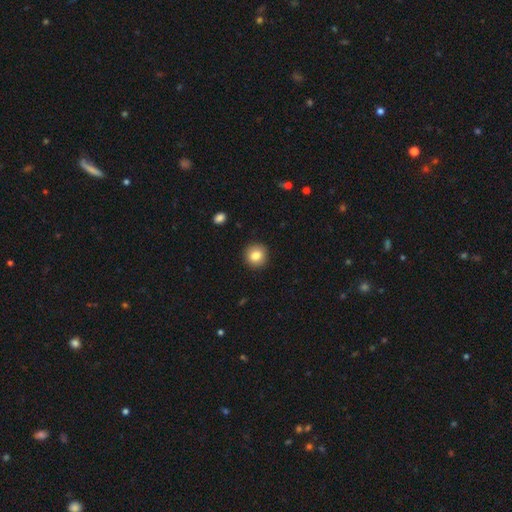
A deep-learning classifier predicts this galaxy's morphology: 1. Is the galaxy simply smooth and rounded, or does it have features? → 83% smooth, 9% star or artifact, 8% featured or disk.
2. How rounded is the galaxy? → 91% round, 8% in between, 1% cigar-shaped.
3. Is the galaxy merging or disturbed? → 92% none, 6% minor disturbance, 2% major disturbance, 1% merger.